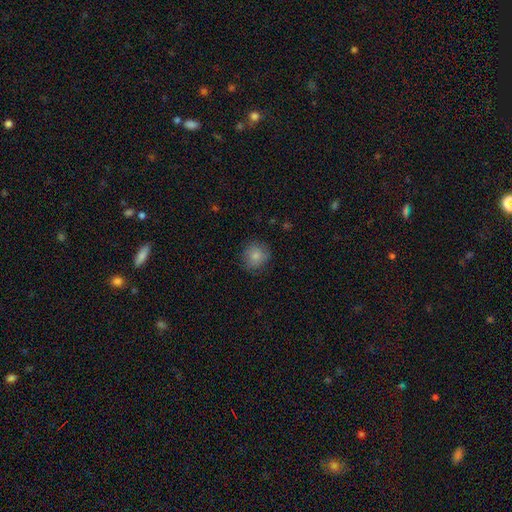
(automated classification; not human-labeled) A smooth galaxy with no disk features (83%) that is round (90%).

Vote fractions:
- Smooth or featured? smooth: 83% / star or artifact: 9% / featured or disk: 8%
- How rounded? round: 90% / in between: 9% / cigar-shaped: 1%
- Merging? none: 83% / minor disturbance: 12% / major disturbance: 3% / merger: 1%